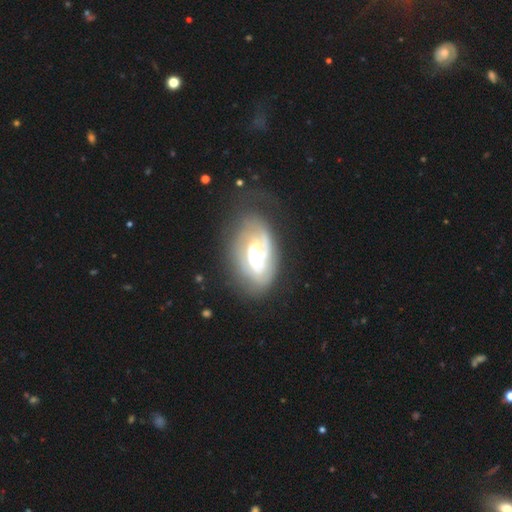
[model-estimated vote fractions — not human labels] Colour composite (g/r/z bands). It shows a featured or disk galaxy (77%) with a weak bar (43%), 2 (32%) tight (53%) spiral arms (86%) and a moderate central bulge (55%). Merging: none (50%).